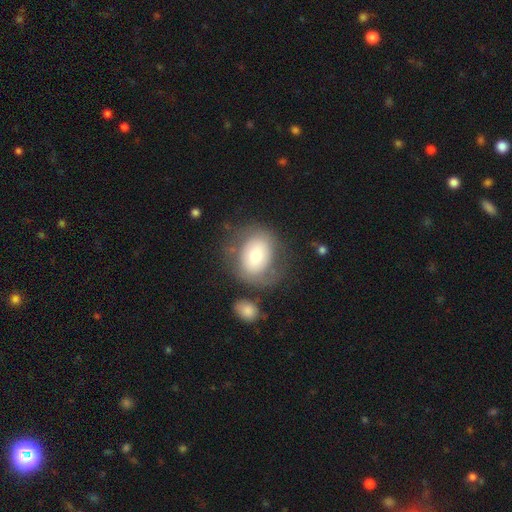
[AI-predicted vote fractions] Smooth or featured: smooth — 60% (featured or disk — 32%)
How rounded: in between — 52% (round — 47%)
Merging: none — 58% (minor disturbance — 19%)